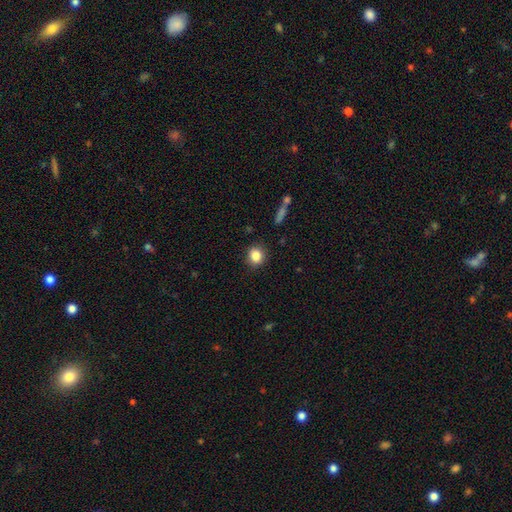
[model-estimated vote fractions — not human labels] This is clearly a smooth galaxy (85%). How rounded: likely round (80%). Merging: clearly none (88%).